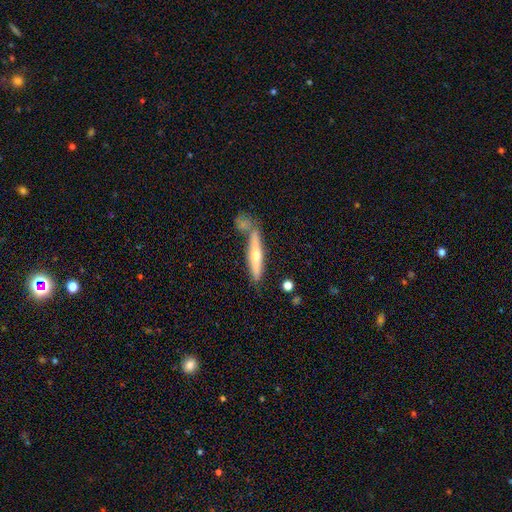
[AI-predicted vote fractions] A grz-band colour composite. It shows a featured or disk galaxy (55%) viewed edge-on (92%) with a rounded central bulge (87%). Merging: none (68%).